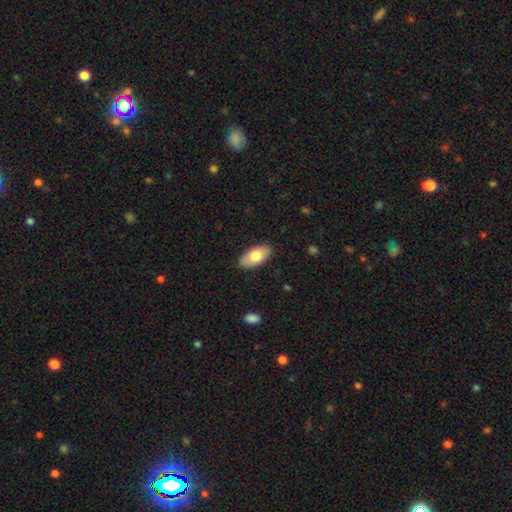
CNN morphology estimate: Smooth or featured?
  - smooth: 77% *
  - featured or disk: 17%
  - star or artifact: 6%
How rounded?
  - in between: 94% *
  - cigar-shaped: 3%
  - round: 3%
Merging?
  - none: 87% *
  - minor disturbance: 10%
  - major disturbance: 2%
  - merger: 1%